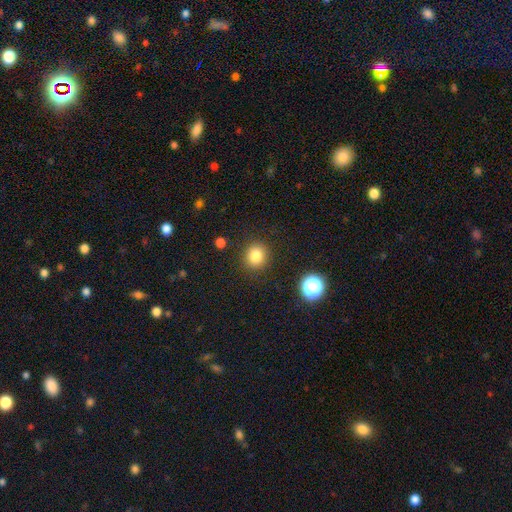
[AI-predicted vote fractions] This appears to be a smooth galaxy with no disk features (82%) that is round (84%). Merging: none (88%).